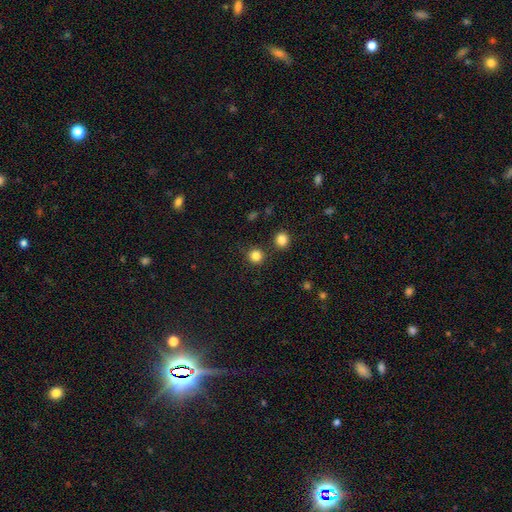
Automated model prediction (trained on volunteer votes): This is clearly a smooth galaxy (83%). How rounded: clearly round (92%). Merging: clearly none (83%).